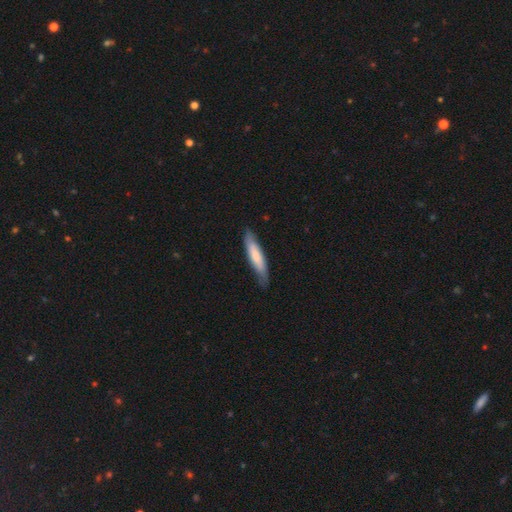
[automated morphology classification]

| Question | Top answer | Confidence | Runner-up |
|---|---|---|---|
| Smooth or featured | smooth | 74% | featured or disk (21%) |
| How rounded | cigar-shaped | 78% | in between (20%) |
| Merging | none | 78% | minor disturbance (18%) |